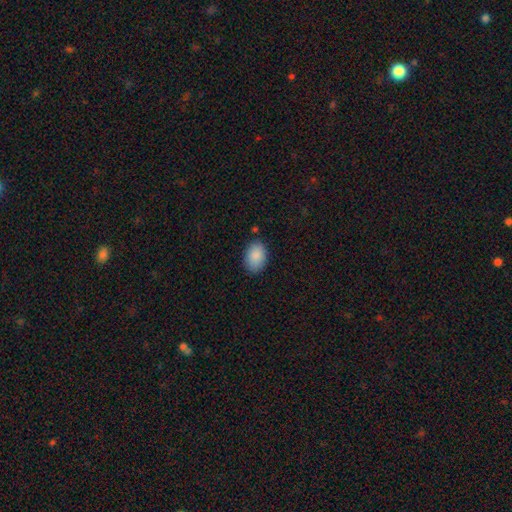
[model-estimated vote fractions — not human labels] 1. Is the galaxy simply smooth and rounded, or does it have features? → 89% smooth, 7% star or artifact, 4% featured or disk.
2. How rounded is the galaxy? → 84% in between, 15% round, 1% cigar-shaped.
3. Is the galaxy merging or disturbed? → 84% none, 12% minor disturbance, 3% major disturbance, 2% merger.